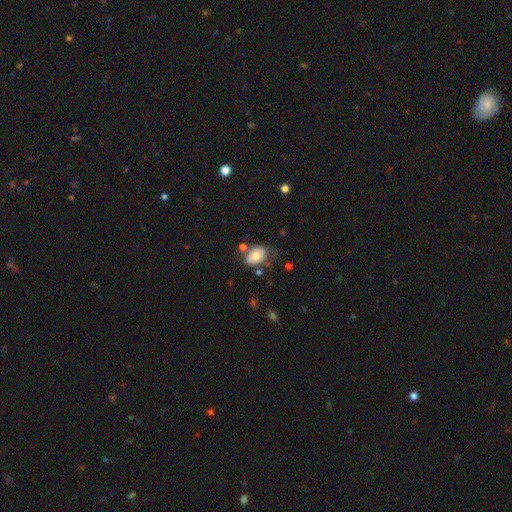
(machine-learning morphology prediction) smooth-or-featured: smooth: 67% | featured or disk: 25% | star or artifact: 7%
  how-rounded: in between: 83% | round: 16% | cigar-shaped: 1%
  merging: none: 48% | minor disturbance: 26% | major disturbance: 14% | merger: 12%